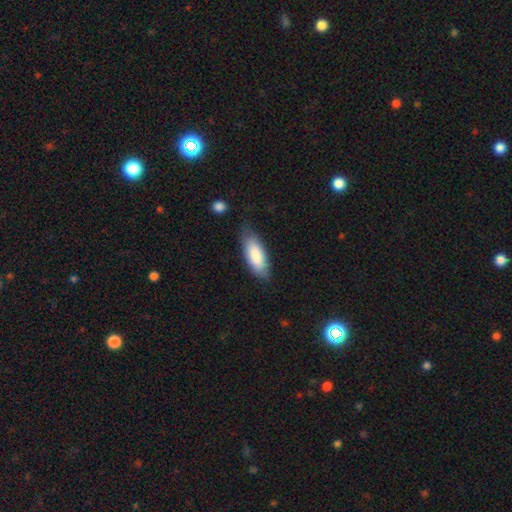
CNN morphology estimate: Smooth or featured? Predicted: smooth (p=0.84). How rounded? Predicted: in between (p=0.77). Merging? Predicted: none (p=0.71).